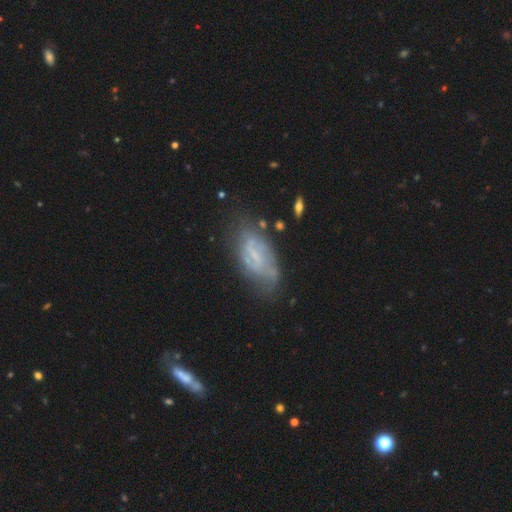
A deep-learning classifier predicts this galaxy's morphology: smooth-or-featured: featured or disk: 64% | smooth: 27% | star or artifact: 9%
  disk-edge-on: no: 91% | yes: 9%
    bar: weak: 45% | no: 38% | strong: 16%
    has-spiral-arms: yes: 65% | no: 35%
    bulge-size: small: 47% | none: 38% | moderate: 13% | large: 2% | dominant: 1%
  merging: none: 56% | minor disturbance: 27% | major disturbance: 13% | merger: 4%